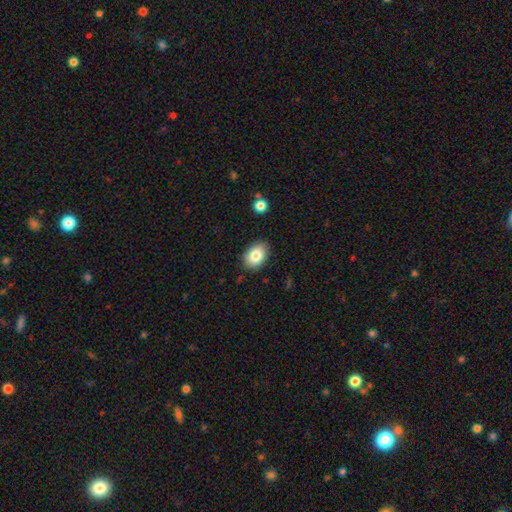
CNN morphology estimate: type=smooth (83%); roundness=in between (82%); merging=none (85%).